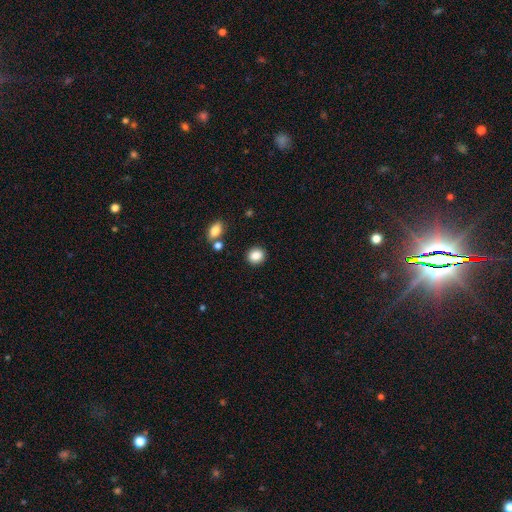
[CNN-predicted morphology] This appears to be a smooth galaxy with no disk features (87%) that is round (78%). Merging: none (88%).